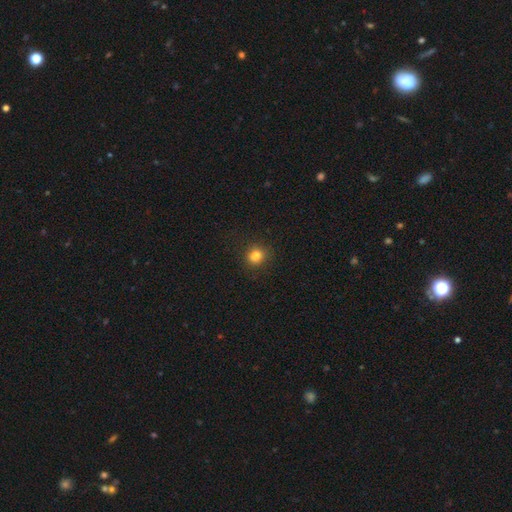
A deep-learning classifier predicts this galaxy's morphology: Smooth or featured: smooth — 83% (star or artifact — 12%)
How rounded: round — 86% (in between — 13%)
Merging: none — 89% (minor disturbance — 8%)